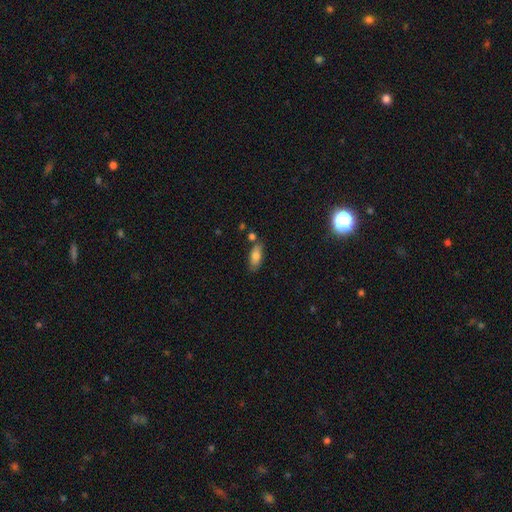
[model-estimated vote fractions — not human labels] Morphology: type=smooth (81%); roundness=in between (83%); merging=none (70%).